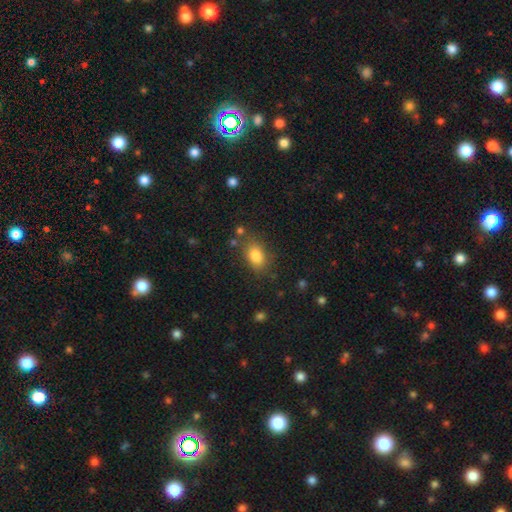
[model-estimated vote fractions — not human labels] The model was most divided on "how rounded": in between: 79%, round: 19%, cigar-shaped: 2%. More confident: smooth or featured — smooth (81%); merging — none (77%).